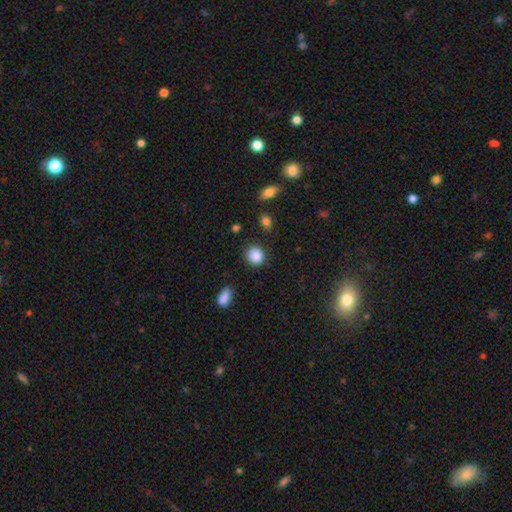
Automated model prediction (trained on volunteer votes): A smooth galaxy with no disk features (88%) that is round (84%). Merging: none (86%).